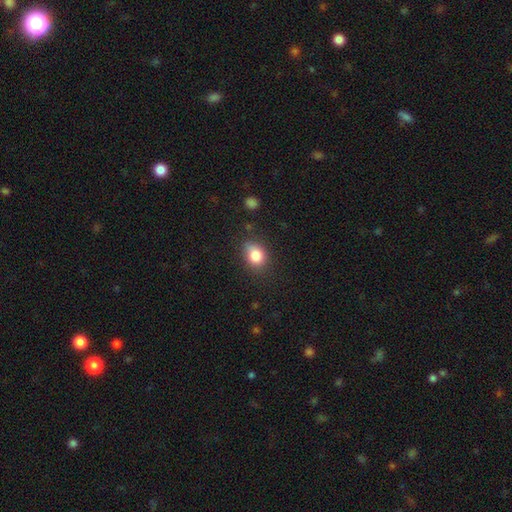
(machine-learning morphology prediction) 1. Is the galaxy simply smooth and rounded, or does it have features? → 82% smooth, 10% star or artifact, 8% featured or disk.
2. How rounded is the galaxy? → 58% in between, 41% round, 1% cigar-shaped.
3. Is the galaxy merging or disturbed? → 72% none, 21% minor disturbance, 5% major disturbance, 2% merger.